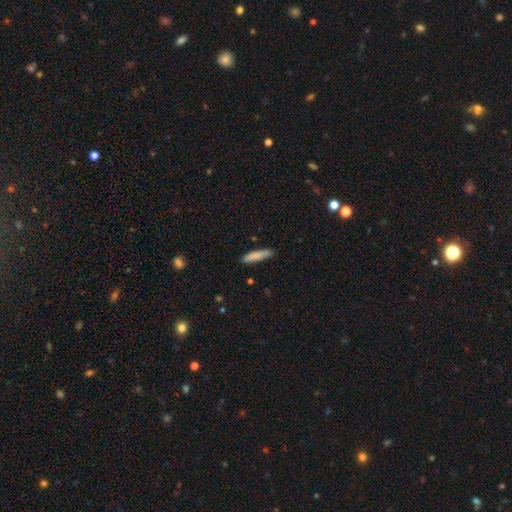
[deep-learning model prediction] Q: Smooth or featured?
A: smooth (84%); runner-up: featured or disk (10%)
Q: How rounded?
A: cigar-shaped (83%); runner-up: in between (16%)
Q: Merging?
A: none (81%); runner-up: minor disturbance (15%)